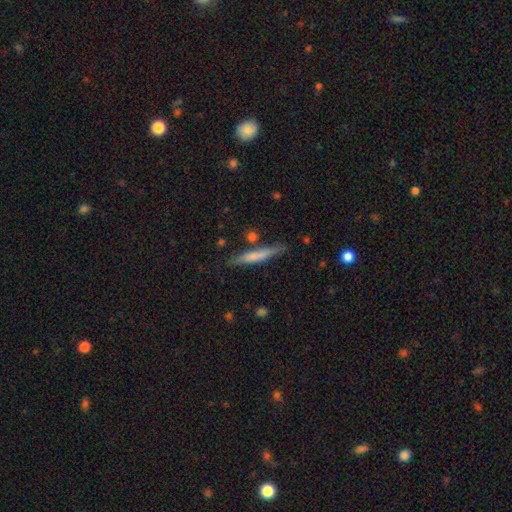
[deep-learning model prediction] A smooth galaxy with no disk features (63%) that is cigar-shaped (94%).

Vote fractions:
- Smooth or featured? smooth: 63% / featured or disk: 31% / star or artifact: 6%
- How rounded? cigar-shaped: 94% / in between: 5% / round: 1%
- Merging? none: 80% / minor disturbance: 13% / merger: 5% / major disturbance: 3%